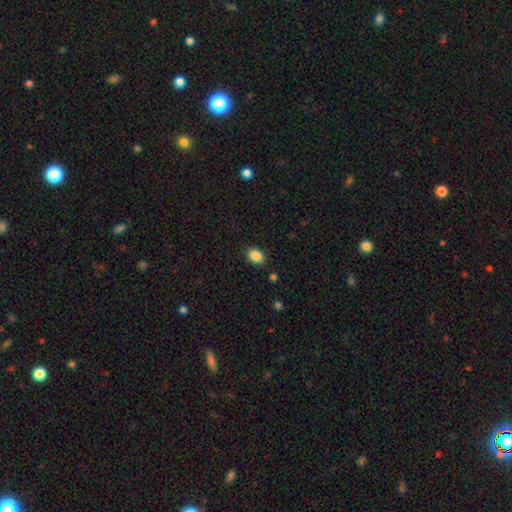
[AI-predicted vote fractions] Smooth or featured? Predicted: smooth (p=0.87). How rounded? Predicted: in between (p=0.73). Merging? Predicted: none (p=0.86).